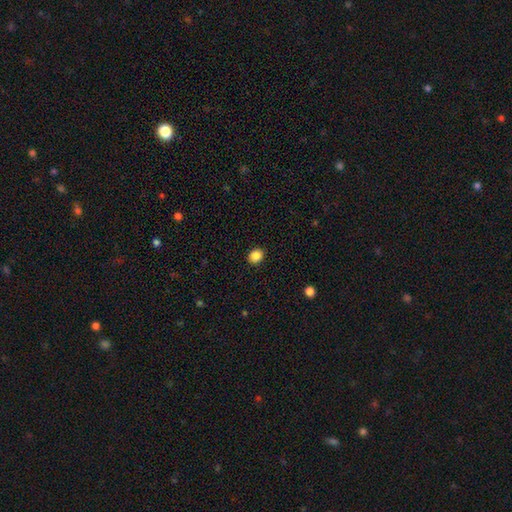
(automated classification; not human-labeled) The model was most divided on "how rounded": round: 66%, in between: 33%, cigar-shaped: 1%. More confident: merging — none (91%); smooth or featured — smooth (87%).